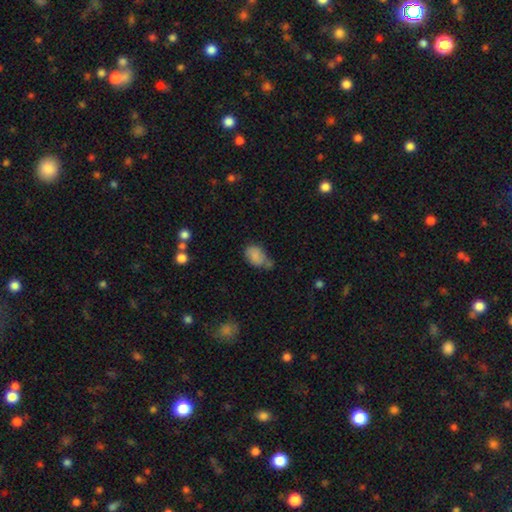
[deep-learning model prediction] smooth 81%, featured or disk 10%, star or artifact 9%. Down the decision tree: how rounded — in between (78%); merging — none (41%).